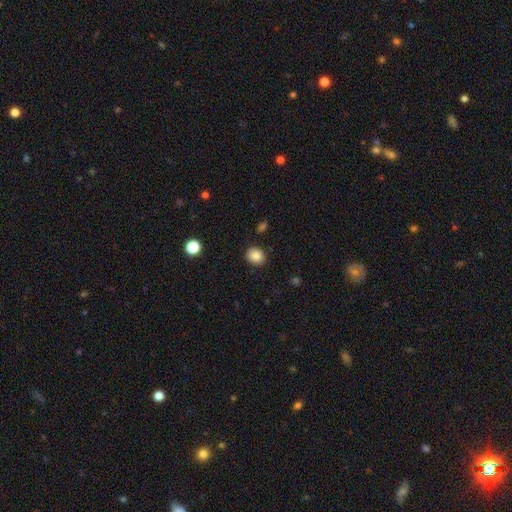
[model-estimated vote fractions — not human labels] This appears to be a smooth galaxy with no disk features (86%) that is round (75%). Merging: none (88%).